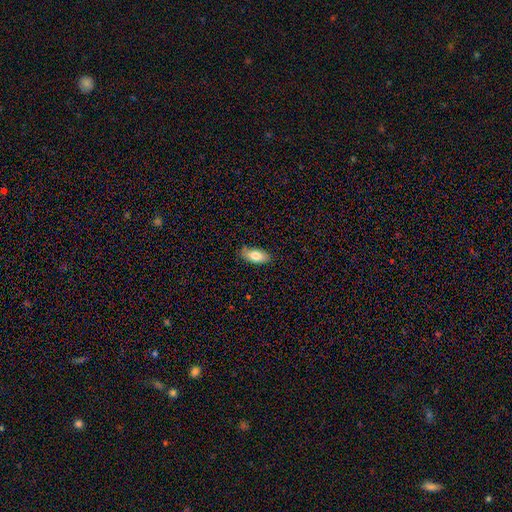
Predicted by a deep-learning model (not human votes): Overall: smooth (79%). How rounded: in between (88%). Merging: none (83%).